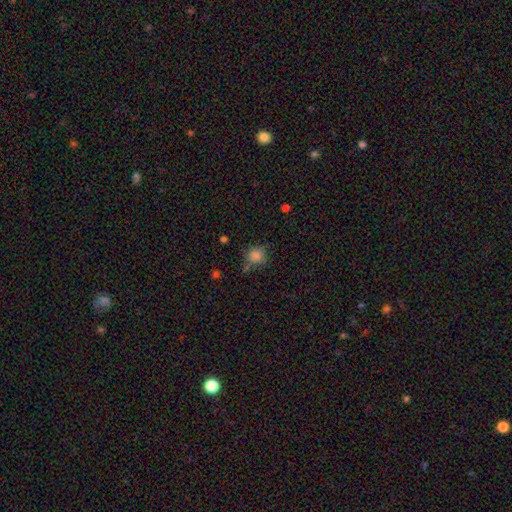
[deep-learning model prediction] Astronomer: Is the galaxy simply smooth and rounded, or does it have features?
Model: smooth — 82%.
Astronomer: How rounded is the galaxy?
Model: round — 87%.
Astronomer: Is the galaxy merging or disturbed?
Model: none — 68%.